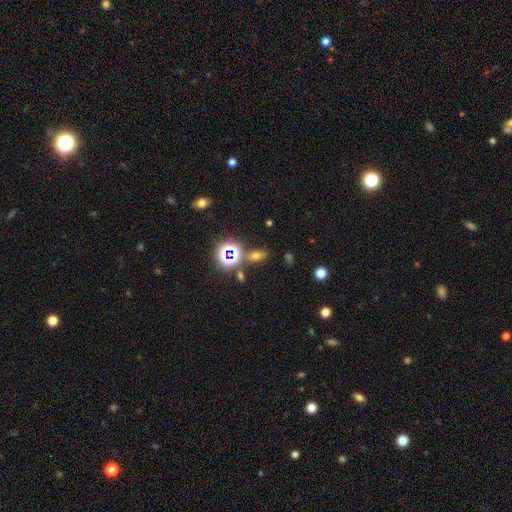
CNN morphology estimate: smooth_or_featured: smooth (p=0.54) [alt: star or artifact p=0.34]
how_rounded: in between (p=0.76) [alt: round p=0.17]
merging: none (p=0.76) [alt: minor disturbance p=0.11]